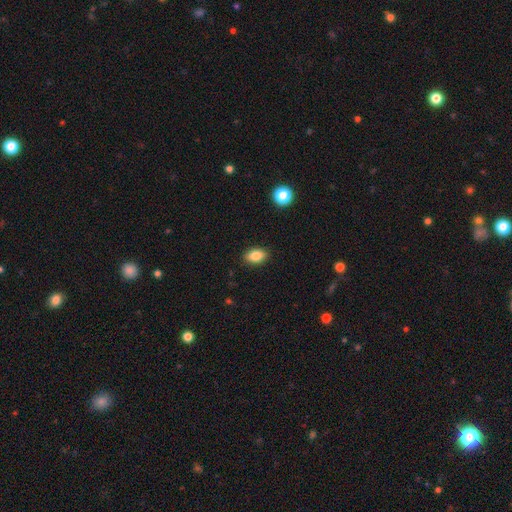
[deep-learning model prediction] A smooth galaxy with no disk features (86%) that is in between round and cigar-shaped (87%). Merging: none (89%).